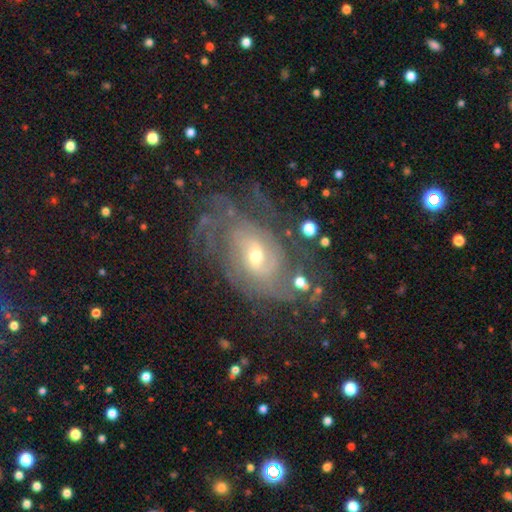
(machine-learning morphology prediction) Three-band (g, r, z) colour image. It shows a featured or disk galaxy (83%) with no bar (53%), tight (59%) spiral arms (92%) and a small central bulge (50%). Merging: none (64%).